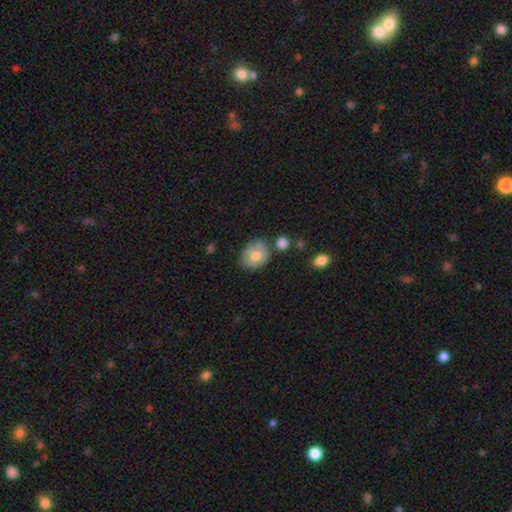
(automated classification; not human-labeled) smooth_or_featured: smooth (p=0.67) [alt: featured or disk p=0.26]
how_rounded: in between (p=0.55) [alt: round p=0.44]
merging: none (p=0.64) [alt: minor disturbance p=0.22]